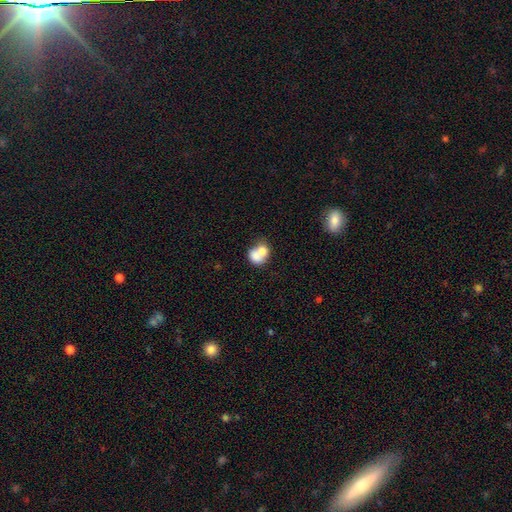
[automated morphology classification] Q: Smooth or featured?
A: smooth (71%); runner-up: featured or disk (20%)
Q: How rounded?
A: round (54%); runner-up: in between (45%)
Q: Merging?
A: merger (68%); runner-up: none (21%)